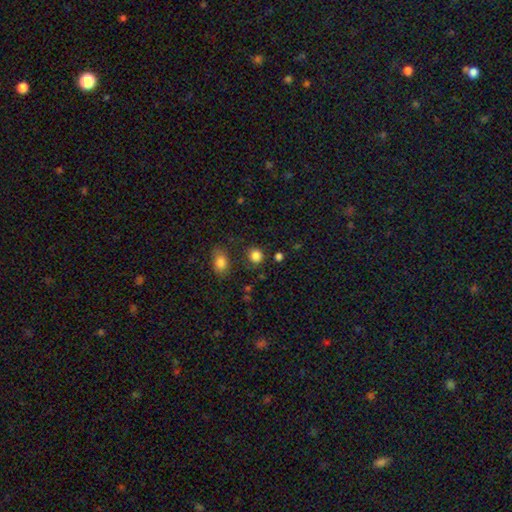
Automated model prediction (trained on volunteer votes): Overall: smooth (85%). How rounded: round (85%). Merging: none (83%).